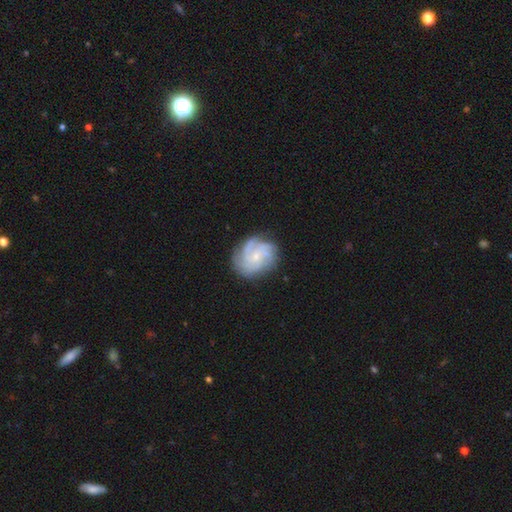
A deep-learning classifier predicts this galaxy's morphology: A featured or disk galaxy (77%) with no bar (74%), 4 (29%) tight (56%) spiral arms (93%) and a small central bulge (71%).

Vote fractions:
- Smooth or featured? featured or disk: 77% / smooth: 16% / star or artifact: 7%
- Edge-on disk? no: 98% / yes: 2%
- Bar? no: 74% / weak: 23% / strong: 3%
- Spiral arms? yes: 93% / no: 7%
- Spiral winding? tight: 56% / medium: 34% / loose: 10%
- Spiral arm count? 4: 29% / can't tell: 28% / 3: 22% / 2: 9% / more than 4: 7% / 1: 6%
- Bulge size? small: 71% / moderate: 23% / none: 4% / large: 1% / dominant: 1%
- Merging? none: 73% / minor disturbance: 18% / major disturbance: 7% / merger: 2%